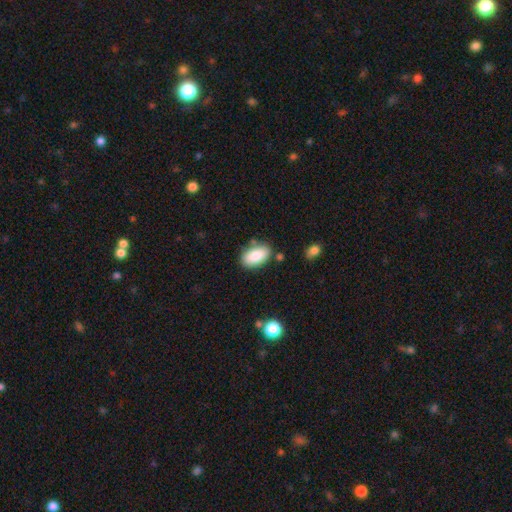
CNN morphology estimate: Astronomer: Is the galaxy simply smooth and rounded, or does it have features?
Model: smooth — 85%.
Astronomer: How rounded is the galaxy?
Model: in between — 93%.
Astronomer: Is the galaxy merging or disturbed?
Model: none — 79%.